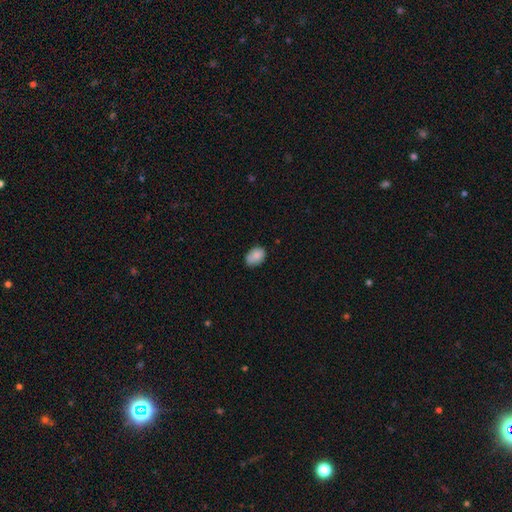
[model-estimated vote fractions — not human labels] Smooth or featured: smooth — 85% (star or artifact — 8%)
How rounded: in between — 79% (round — 20%)
Merging: none — 69% (minor disturbance — 24%)